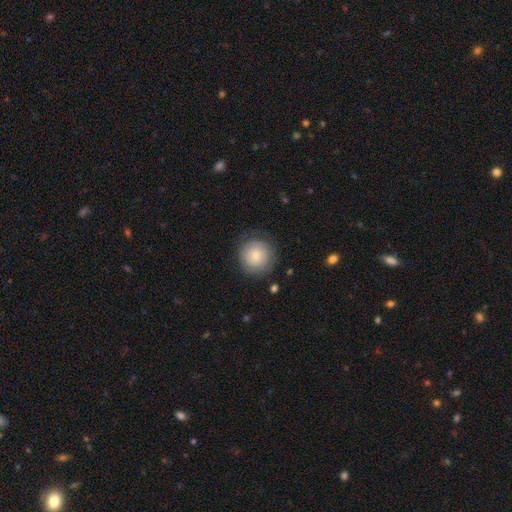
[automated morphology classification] This is likely a smooth galaxy (78%). How rounded: clearly round (94%). Merging: clearly none (81%).